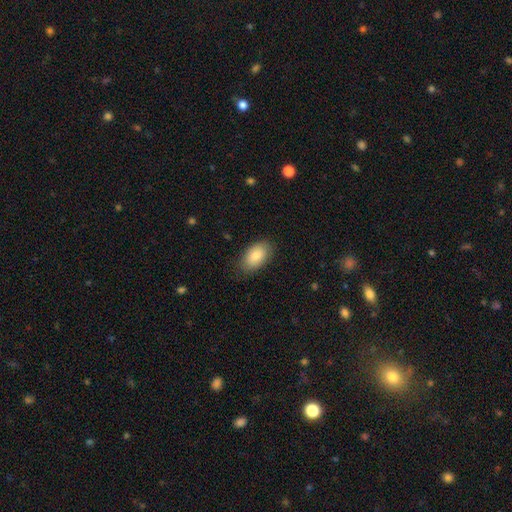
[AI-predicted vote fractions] A smooth galaxy with no disk features (86%) that is in between round and cigar-shaped (94%). Merging: none (82%).